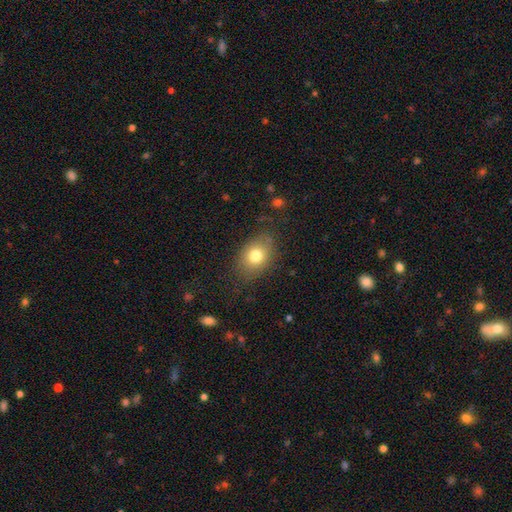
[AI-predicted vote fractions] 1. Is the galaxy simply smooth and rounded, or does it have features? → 77% smooth, 12% featured or disk, 11% star or artifact.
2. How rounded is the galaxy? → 66% in between, 33% round, 1% cigar-shaped.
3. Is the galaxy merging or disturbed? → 77% none, 16% minor disturbance, 6% major disturbance, 1% merger.